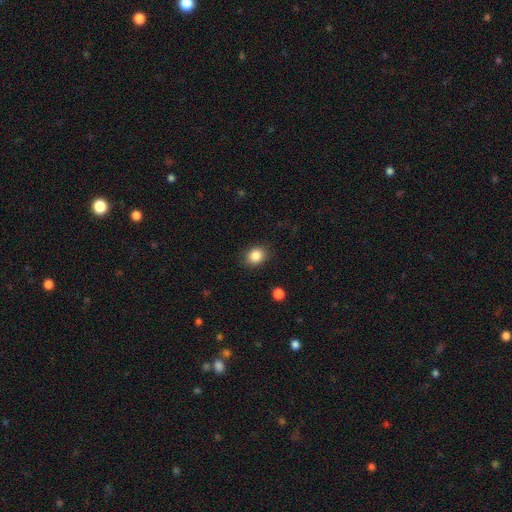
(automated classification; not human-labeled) smooth_or_featured: smooth (p=0.86) [alt: star or artifact p=0.10]
how_rounded: round (p=0.60) [alt: in between p=0.40]
merging: none (p=0.86) [alt: minor disturbance p=0.10]